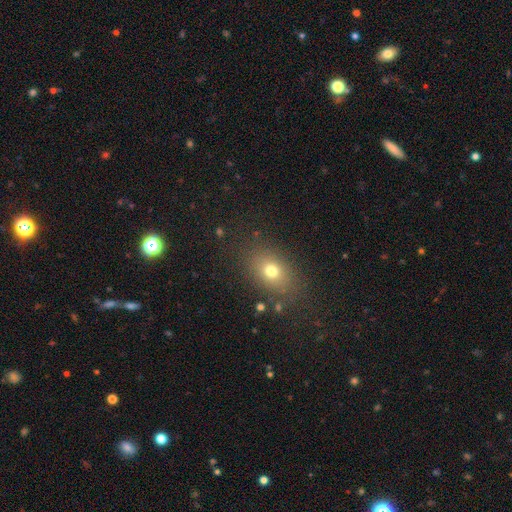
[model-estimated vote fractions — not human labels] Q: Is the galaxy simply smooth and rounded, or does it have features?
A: smooth — 64%.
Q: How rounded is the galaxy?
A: in between — 60%.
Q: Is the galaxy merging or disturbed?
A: none — 84%.